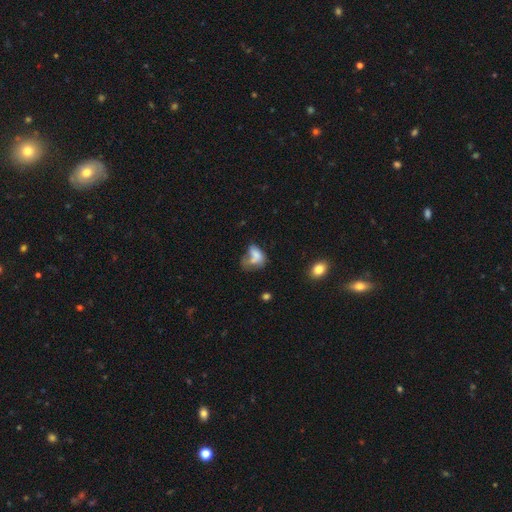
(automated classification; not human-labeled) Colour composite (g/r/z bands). It shows a smooth galaxy with no disk features (65%) that is in between round and cigar-shaped (81%). Merging: merger (34%).